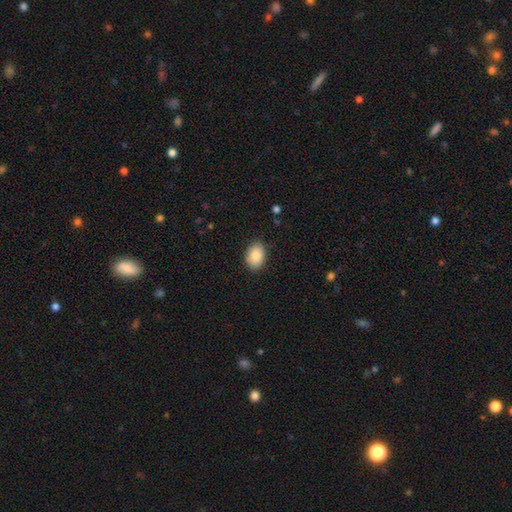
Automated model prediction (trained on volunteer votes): A smooth galaxy with no disk features (87%) that is in between round and cigar-shaped (82%). Merging: none (87%).